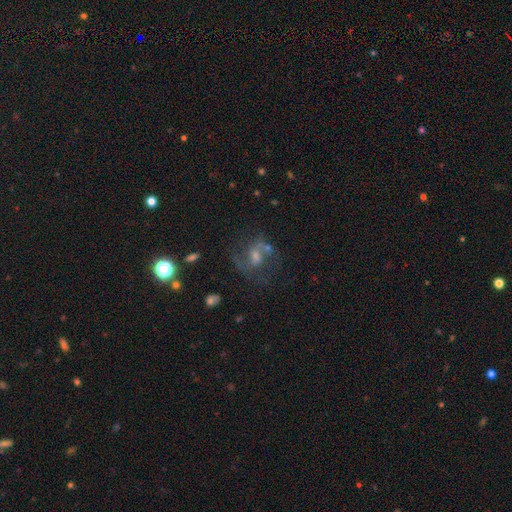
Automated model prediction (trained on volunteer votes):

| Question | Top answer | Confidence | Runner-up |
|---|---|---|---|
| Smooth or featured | featured or disk | 61% | star or artifact (20%) |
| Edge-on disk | no | 97% | yes (3%) |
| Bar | no | 45% | weak (44%) |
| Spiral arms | yes | 80% | no (20%) |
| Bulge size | moderate | 44% | small (37%) |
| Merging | none | 55% | merger (15%) |